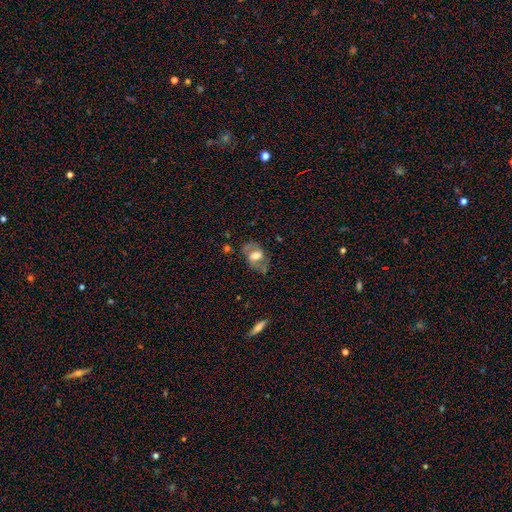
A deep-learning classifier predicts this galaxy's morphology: Q: Smooth or featured?
A: featured or disk (57%); runner-up: smooth (35%)
Q: Edge-on disk?
A: no (92%); runner-up: yes (8%)
Q: Bar?
A: no (46%); runner-up: weak (37%)
Q: Spiral arms?
A: yes (63%); runner-up: no (37%)
Q: Bulge size?
A: moderate (47%); runner-up: large (39%)
Q: Merging?
A: none (59%); runner-up: minor disturbance (24%)